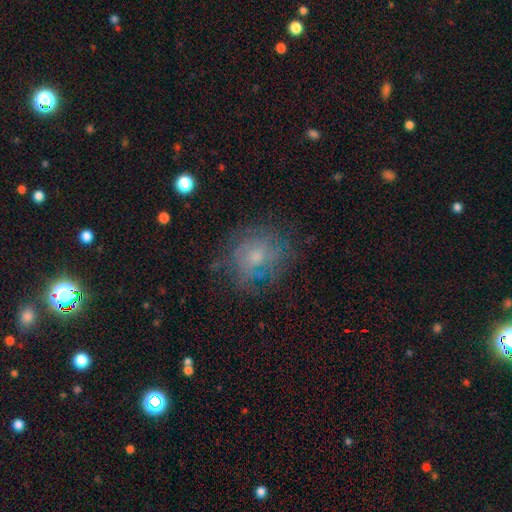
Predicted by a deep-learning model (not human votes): smooth_or_featured: featured or disk (p=0.47) [alt: smooth p=0.40]
merging: none (p=0.65) [alt: minor disturbance p=0.20]